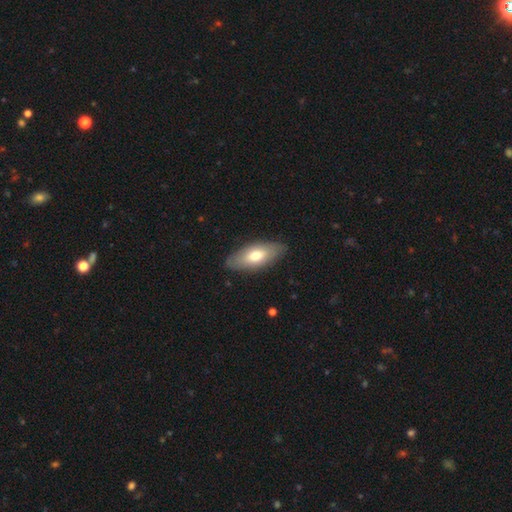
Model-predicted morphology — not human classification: Smooth or featured: smooth — 67% (featured or disk — 28%)
How rounded: in between — 83% (cigar-shaped — 14%)
Merging: none — 84% (minor disturbance — 12%)